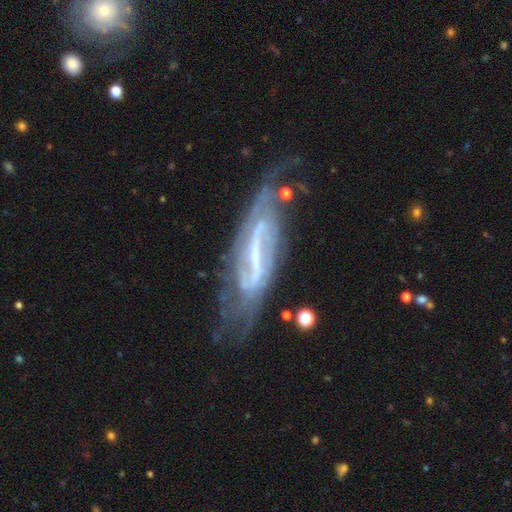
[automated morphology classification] featured or disk 85%, smooth 8%, star or artifact 7%. Down the decision tree: edge-on disk — no (81%); bar — strong (66%); spiral arms — yes (89%); spiral arm count — 2 (68%); spiral winding — medium (40%); bulge size — small (55%); merging — none (58%).